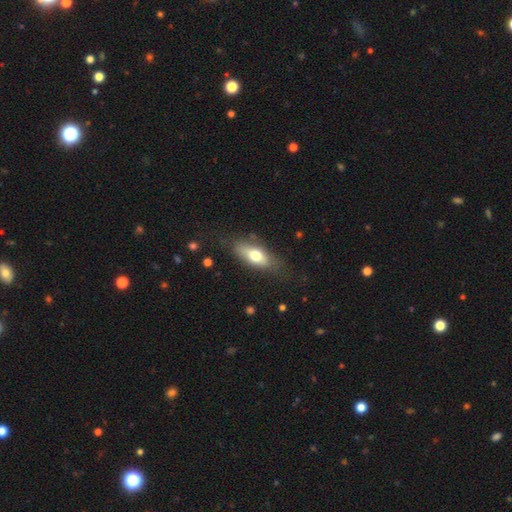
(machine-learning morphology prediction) Smooth or featured? smooth (68%)
How rounded? in between (76%)
Merging? none (73%)